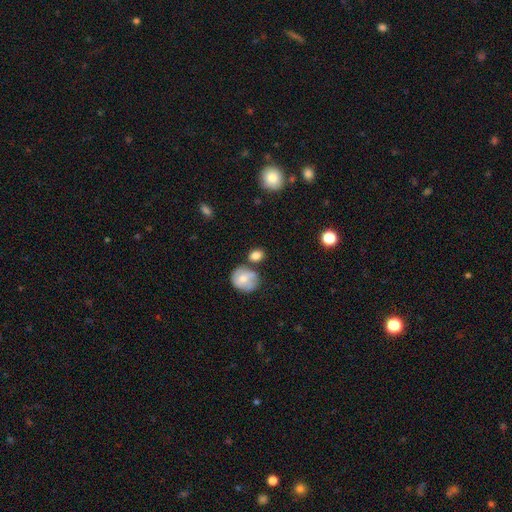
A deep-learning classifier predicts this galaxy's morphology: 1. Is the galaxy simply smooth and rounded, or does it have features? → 82% smooth, 10% featured or disk, 9% star or artifact.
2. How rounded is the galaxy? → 51% round, 48% in between, 2% cigar-shaped.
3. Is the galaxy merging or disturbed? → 61% none, 17% merger, 17% minor disturbance, 5% major disturbance.